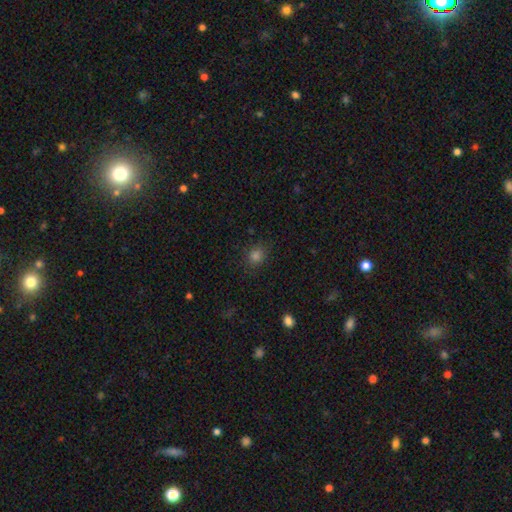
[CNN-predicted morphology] smooth_or_featured: smooth (p=0.78) [alt: star or artifact p=0.17]
how_rounded: round (p=0.76) [alt: in between p=0.23]
merging: none (p=0.85) [alt: minor disturbance p=0.10]